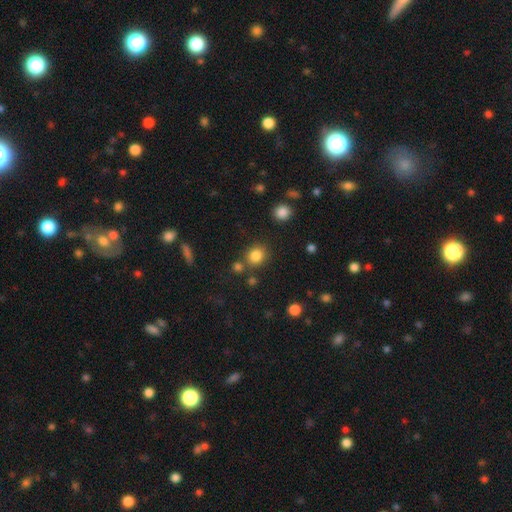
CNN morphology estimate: Q: Smooth or featured?
A: smooth (83%); runner-up: star or artifact (12%)
Q: How rounded?
A: round (82%); runner-up: in between (17%)
Q: Merging?
A: none (76%); runner-up: merger (11%)